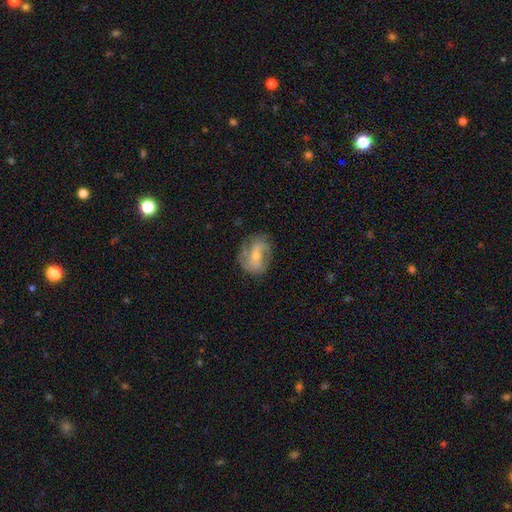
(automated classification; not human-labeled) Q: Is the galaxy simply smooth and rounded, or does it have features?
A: featured or disk — 69%.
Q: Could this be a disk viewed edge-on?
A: no — 96%.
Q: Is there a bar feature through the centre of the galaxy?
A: no — 42%.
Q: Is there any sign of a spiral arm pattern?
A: yes — 85%.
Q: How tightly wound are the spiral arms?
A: medium — 42%.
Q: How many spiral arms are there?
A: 2 — 52%.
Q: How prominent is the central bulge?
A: small — 50%.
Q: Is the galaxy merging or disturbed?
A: none — 71%.